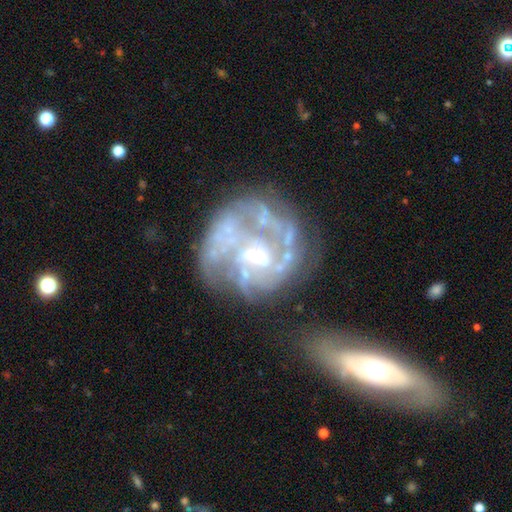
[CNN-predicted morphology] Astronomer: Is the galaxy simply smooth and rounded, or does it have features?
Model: featured or disk — 82%.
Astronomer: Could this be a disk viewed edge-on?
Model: no — 98%.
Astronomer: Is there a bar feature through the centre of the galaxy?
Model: no — 60%.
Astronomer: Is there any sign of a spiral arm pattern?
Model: yes — 75%.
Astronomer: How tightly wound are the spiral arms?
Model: tight — 48% (runner-up: medium, 35%).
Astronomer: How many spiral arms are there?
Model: can't tell — 43% (runner-up: 3, 18%).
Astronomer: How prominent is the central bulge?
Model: small — 51% (runner-up: moderate, 35%).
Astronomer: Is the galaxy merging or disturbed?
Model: none — 44% (runner-up: major disturbance, 22%).